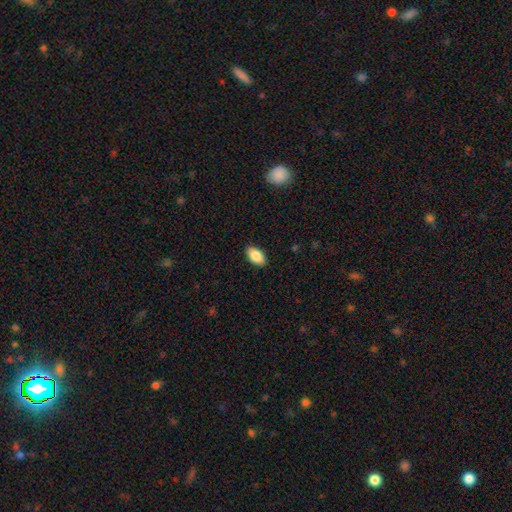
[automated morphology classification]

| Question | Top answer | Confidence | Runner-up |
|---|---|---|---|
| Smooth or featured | smooth | 87% | star or artifact (7%) |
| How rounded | in between | 93% | round (5%) |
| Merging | none | 89% | minor disturbance (8%) |